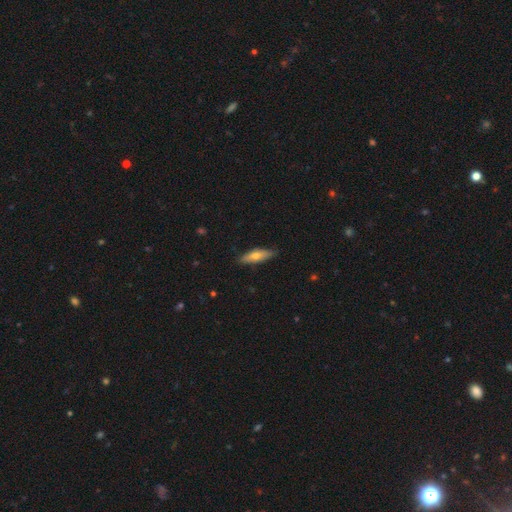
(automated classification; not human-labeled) The model was most divided on "smooth or featured": smooth: 58%, featured or disk: 36%, star or artifact: 6%. More confident: merging — none (84%); how rounded — cigar-shaped (61%).